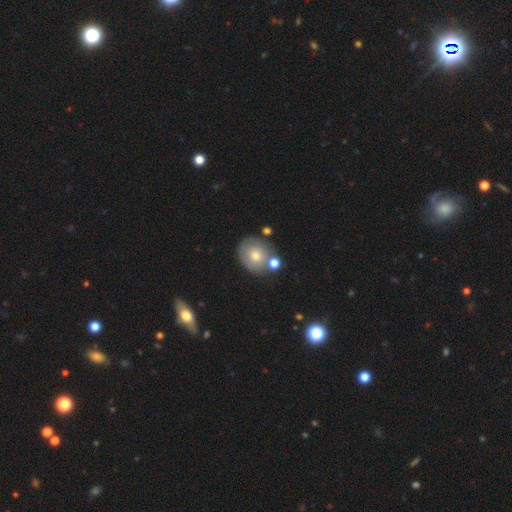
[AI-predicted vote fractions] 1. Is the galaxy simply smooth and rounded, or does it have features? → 65% smooth, 27% featured or disk, 8% star or artifact.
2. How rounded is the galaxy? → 68% round, 31% in between, 1% cigar-shaped.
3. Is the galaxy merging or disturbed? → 62% none, 17% minor disturbance, 15% merger, 6% major disturbance.